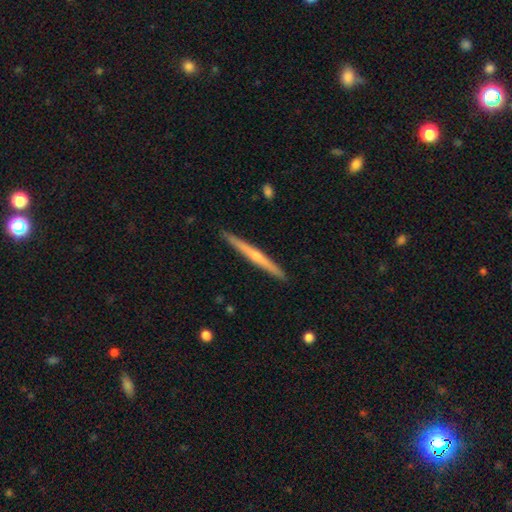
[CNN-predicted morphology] Smooth or featured? Predicted: featured or disk (p=0.70). Edge-on disk? Predicted: yes (p=0.98). Edge-on bulge? Predicted: rounded (p=0.72). Merging? Predicted: none (p=0.91).